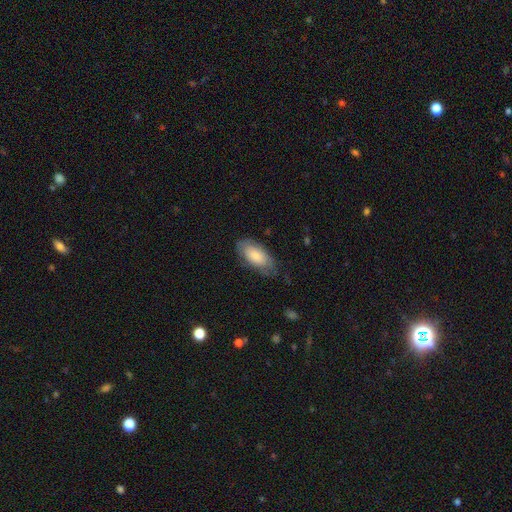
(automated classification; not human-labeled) Smooth or featured?
  - smooth: 72% *
  - featured or disk: 22%
  - star or artifact: 6%
How rounded?
  - in between: 92% *
  - cigar-shaped: 6%
  - round: 2%
Merging?
  - none: 64% *
  - minor disturbance: 26%
  - major disturbance: 8%
  - merger: 1%